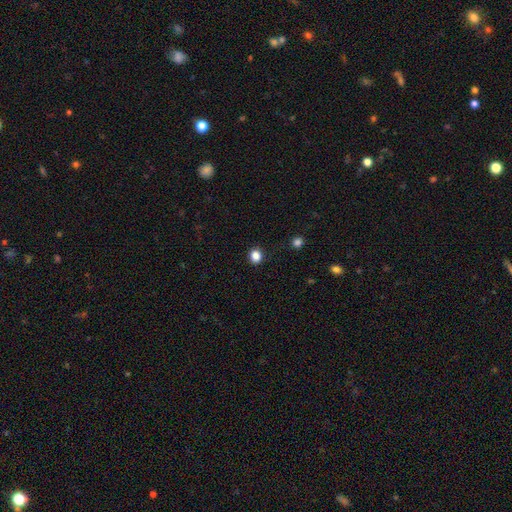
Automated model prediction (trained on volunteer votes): smooth-or-featured: smooth: 85% | star or artifact: 12% | featured or disk: 3%
  how-rounded: round: 76% | in between: 23% | cigar-shaped: 1%
  merging: none: 89% | minor disturbance: 8% | major disturbance: 2% | merger: 1%